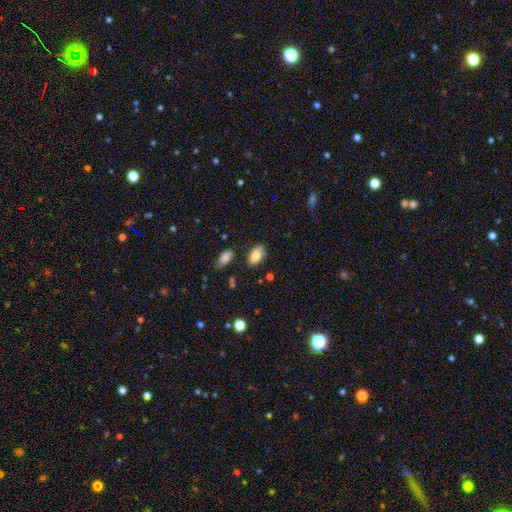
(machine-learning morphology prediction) type=smooth (81%); roundness=in between (92%); merging=none (75%).